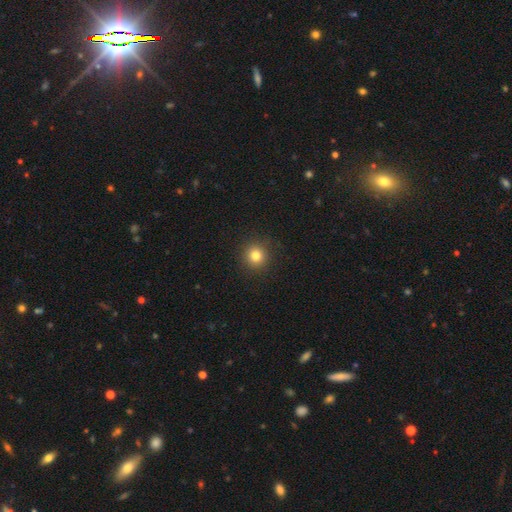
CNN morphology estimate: A smooth galaxy with no disk features (81%) that is round (93%).

Vote fractions:
- Smooth or featured? smooth: 81% / star or artifact: 13% / featured or disk: 6%
- How rounded? round: 93% / in between: 6% / cigar-shaped: 1%
- Merging? none: 91% / minor disturbance: 5% / major disturbance: 2% / merger: 1%